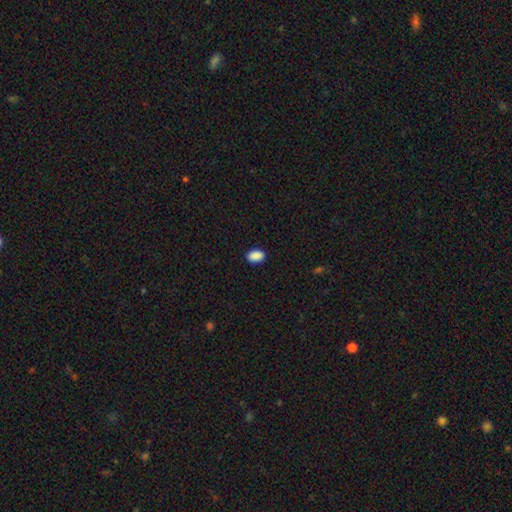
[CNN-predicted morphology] smooth_or_featured: smooth (p=0.90) [alt: star or artifact p=0.08]
how_rounded: in between (p=0.87) [alt: round p=0.12]
merging: none (p=0.89) [alt: minor disturbance p=0.08]